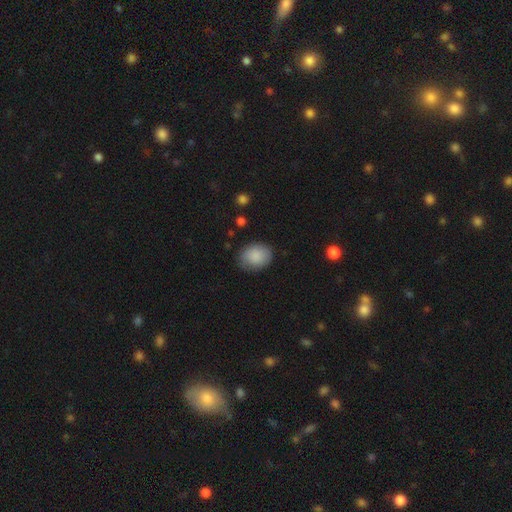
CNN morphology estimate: This appears to be a smooth galaxy with no disk features (87%) that is in between round and cigar-shaped (59%). Merging: none (79%).